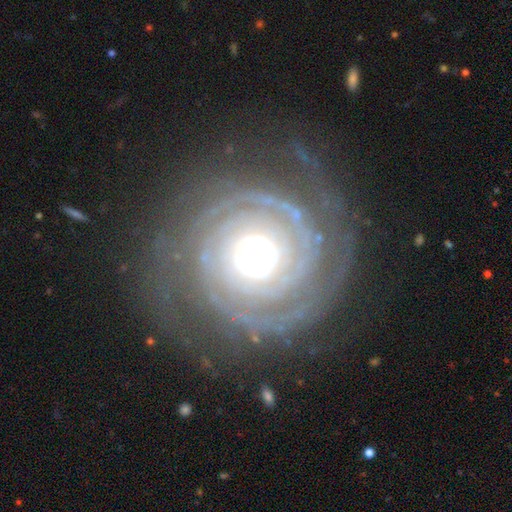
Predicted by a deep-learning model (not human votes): Smooth or featured: featured or disk — 90% (smooth — 5%)
Edge-on disk: no — 97% (yes — 3%)
Bar: no — 78% (weak — 13%)
Spiral arms: yes — 97% (no — 3%)
Spiral winding: tight — 88% (medium — 10%)
Spiral arm count: 2 — 31% (can't tell — 20%)
Bulge size: moderate — 66% (large — 20%)
Merging: none — 79% (minor disturbance — 13%)